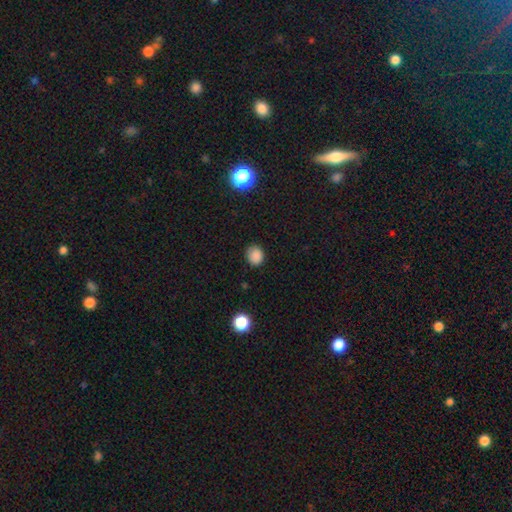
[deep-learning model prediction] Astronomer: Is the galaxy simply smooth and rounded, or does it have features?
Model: smooth — 85%.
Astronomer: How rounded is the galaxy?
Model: round — 68%.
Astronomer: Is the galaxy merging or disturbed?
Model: none — 84%.